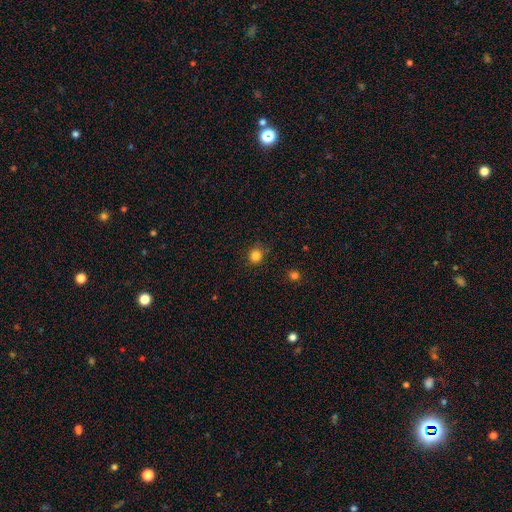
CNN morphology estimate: Smooth or featured: smooth — 83% (star or artifact — 13%)
How rounded: round — 89% (in between — 10%)
Merging: none — 84% (minor disturbance — 11%)